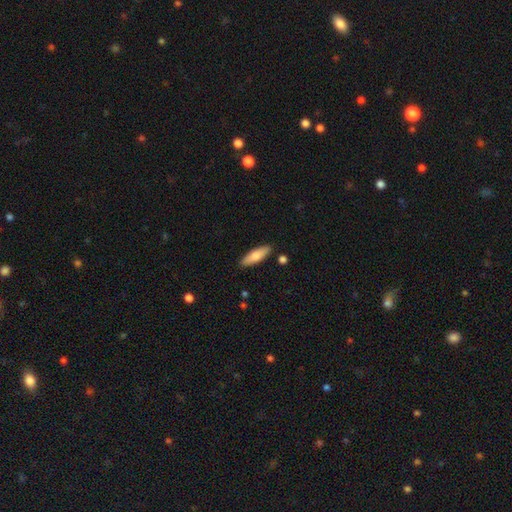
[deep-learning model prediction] The model was most divided on "how rounded" (2-way tie): cigar-shaped: 49%, in between: 49%, round: 2%. More confident: merging — none (88%); smooth or featured — smooth (75%).